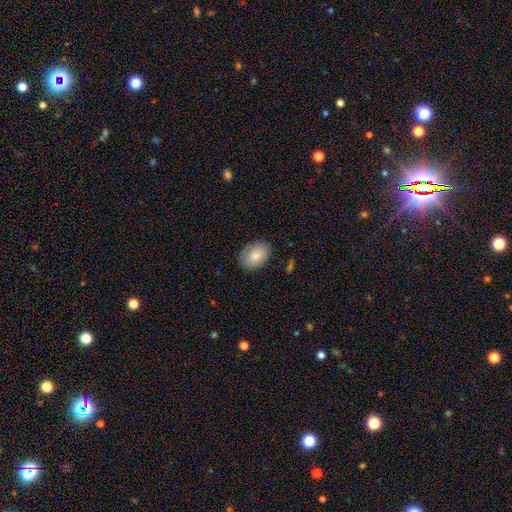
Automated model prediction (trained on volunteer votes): Morphology: type=smooth (83%); roundness=in between (81%); merging=none (82%).